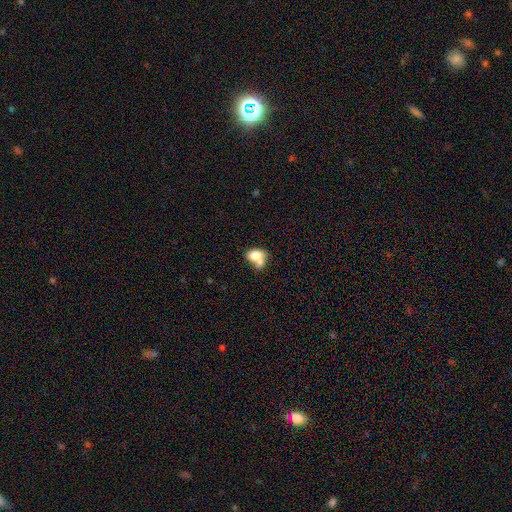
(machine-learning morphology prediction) Smooth or featured?
  - smooth: 72% *
  - featured or disk: 19%
  - star or artifact: 9%
How rounded?
  - in between: 73% *
  - round: 26%
  - cigar-shaped: 2%
Merging?
  - merger: 53% *
  - none: 24%
  - minor disturbance: 13%
  - major disturbance: 10%